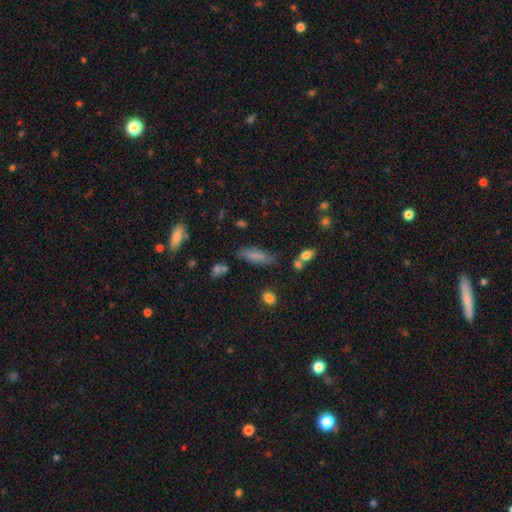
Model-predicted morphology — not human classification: Smooth or featured: smooth — 79% (featured or disk — 12%)
How rounded: in between — 57% (cigar-shaped — 41%)
Merging: none — 75% (minor disturbance — 16%)